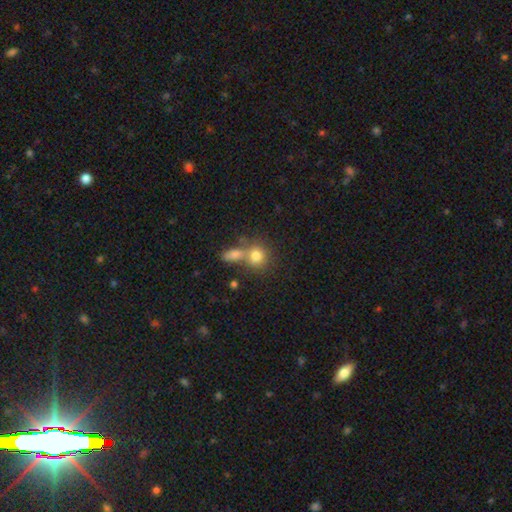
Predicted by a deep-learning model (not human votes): A smooth galaxy with no disk features (78%) that is round (79%). Merging: none (47%).